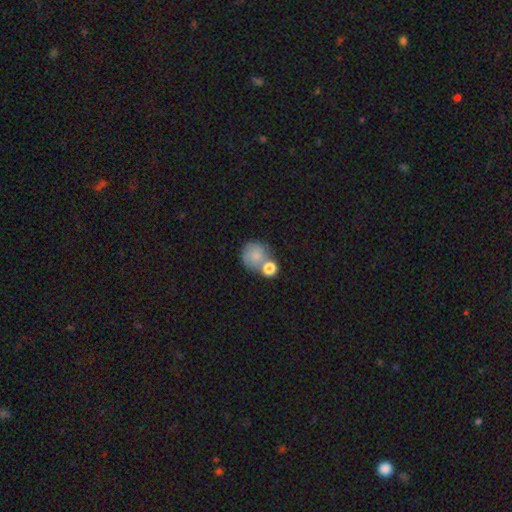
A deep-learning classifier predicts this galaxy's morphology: A smooth galaxy with no disk features (70%) that is round (81%). Merging: none (40%).